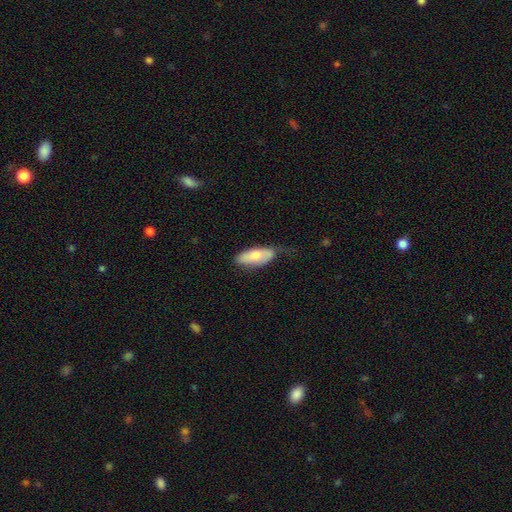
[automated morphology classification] smooth_or_featured: smooth (p=0.73) [alt: featured or disk p=0.21]
how_rounded: in between (p=0.81) [alt: cigar-shaped p=0.17]
merging: none (p=0.46) [alt: minor disturbance p=0.38]